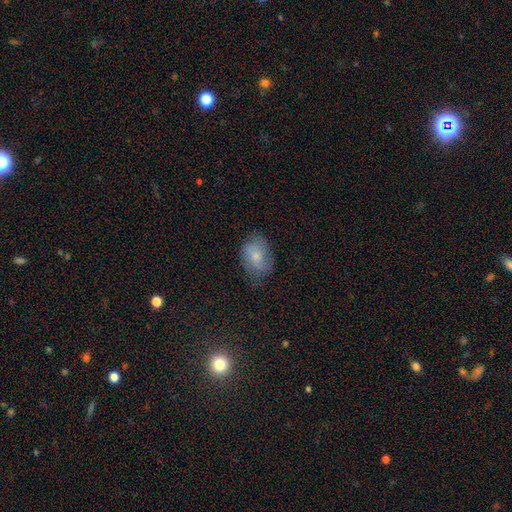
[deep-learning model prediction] Overall: smooth (69%). How rounded: in between (77%). Merging: none (66%).